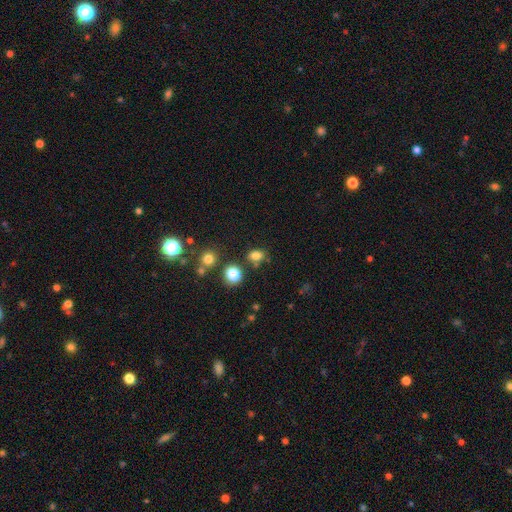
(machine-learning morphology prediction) Smooth or featured?
  - smooth: 79% *
  - star or artifact: 14%
  - featured or disk: 7%
How rounded?
  - in between: 64% *
  - round: 35%
  - cigar-shaped: 2%
Merging?
  - none: 71% *
  - minor disturbance: 14%
  - merger: 12%
  - major disturbance: 4%